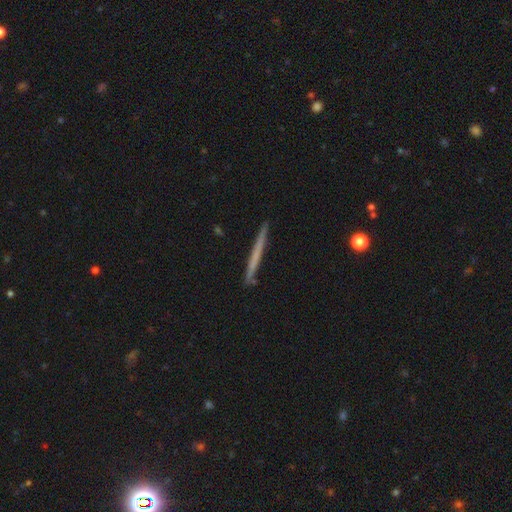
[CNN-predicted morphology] smooth 49%, featured or disk 45%, star or artifact 6%. Down the decision tree: merging — none (89%).